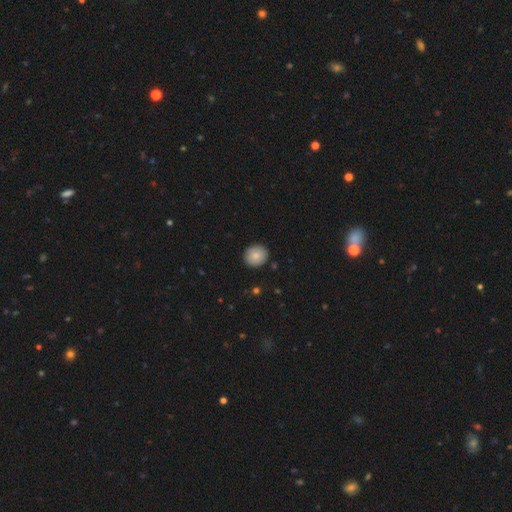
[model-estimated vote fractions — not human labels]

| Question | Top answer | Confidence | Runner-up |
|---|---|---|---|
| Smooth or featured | smooth | 83% | featured or disk (9%) |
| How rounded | round | 82% | in between (17%) |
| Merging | none | 90% | minor disturbance (7%) |